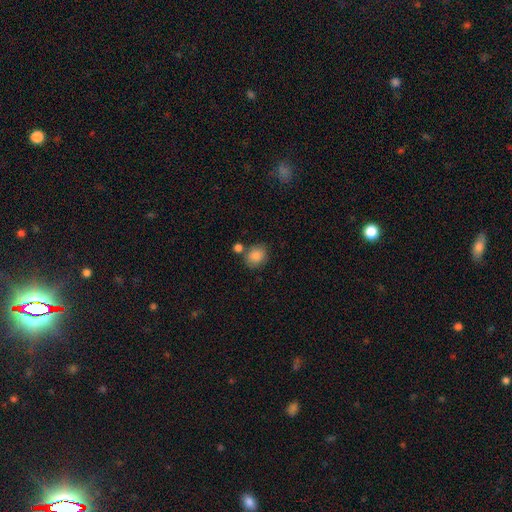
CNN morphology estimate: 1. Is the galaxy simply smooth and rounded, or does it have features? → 87% smooth, 8% star or artifact, 5% featured or disk.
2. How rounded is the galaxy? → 63% round, 36% in between, 1% cigar-shaped.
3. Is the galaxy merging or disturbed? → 67% none, 14% merger, 14% minor disturbance, 4% major disturbance.